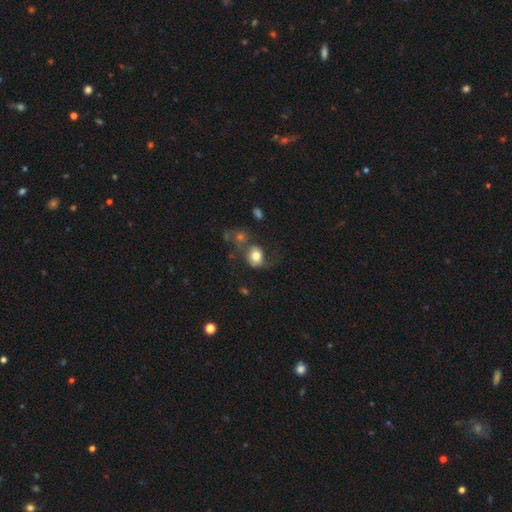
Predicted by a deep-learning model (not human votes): A smooth galaxy with no disk features (70%) that is round (56%).

Vote fractions:
- Smooth or featured? smooth: 70% / featured or disk: 21% / star or artifact: 9%
- How rounded? round: 56% / in between: 43% / cigar-shaped: 1%
- Merging? none: 36% / major disturbance: 27% / minor disturbance: 21% / merger: 16%